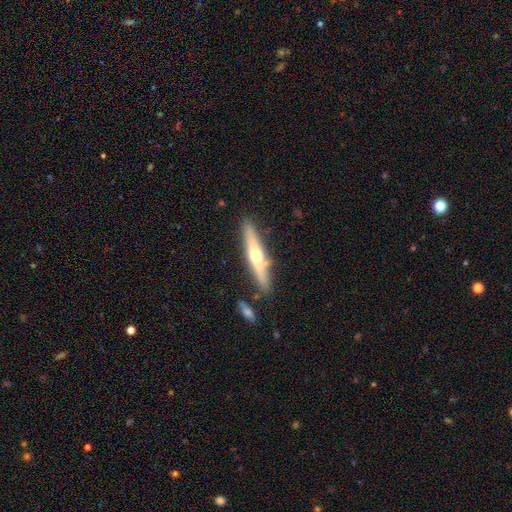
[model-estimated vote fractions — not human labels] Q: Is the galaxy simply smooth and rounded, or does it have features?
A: featured or disk — 56%.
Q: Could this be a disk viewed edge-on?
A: yes — 93%.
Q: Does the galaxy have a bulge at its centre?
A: rounded — 88%.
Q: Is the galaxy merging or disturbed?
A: none — 81%.